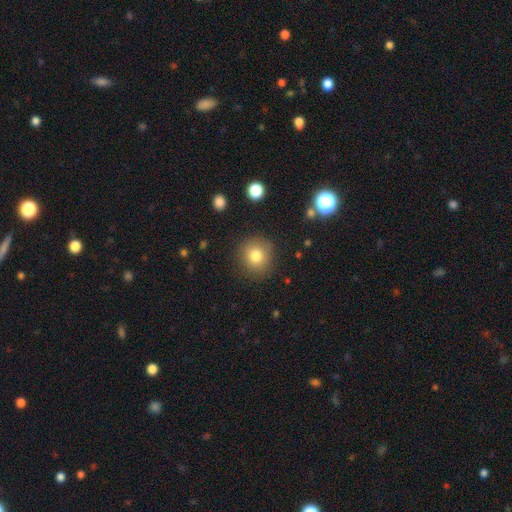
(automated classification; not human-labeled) Q: Smooth or featured?
A: smooth (79%); runner-up: star or artifact (12%)
Q: How rounded?
A: round (88%); runner-up: in between (11%)
Q: Merging?
A: none (87%); runner-up: minor disturbance (9%)